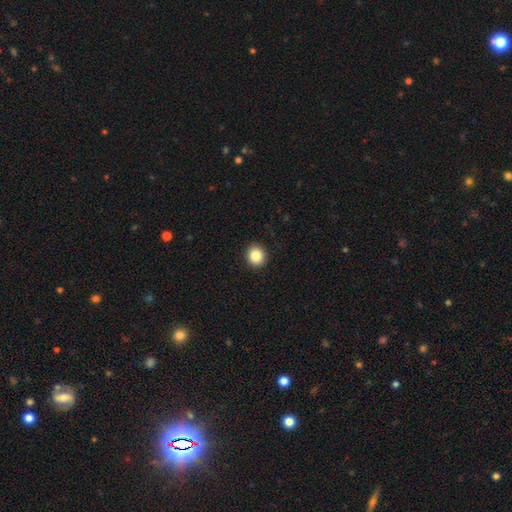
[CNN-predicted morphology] Smooth or featured? smooth (87%)
How rounded? round (78%)
Merging? none (92%)